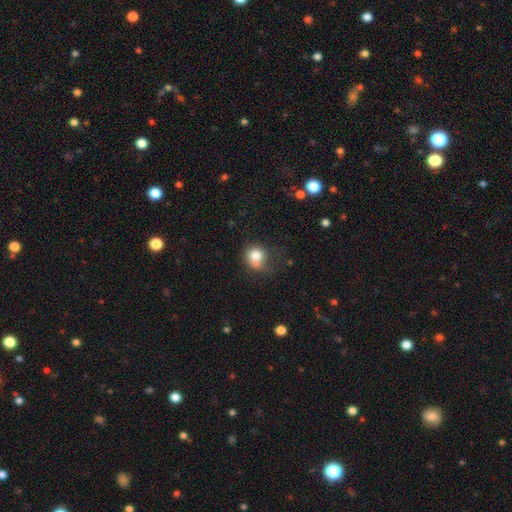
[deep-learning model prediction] Smooth or featured: smooth — 78% (featured or disk — 11%)
How rounded: round — 75% (in between — 24%)
Merging: none — 43% (minor disturbance — 31%)